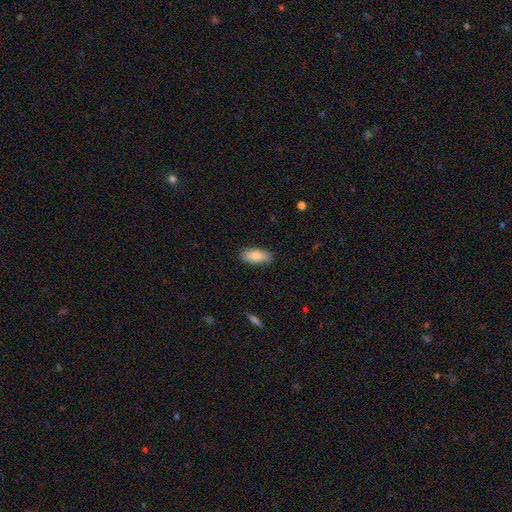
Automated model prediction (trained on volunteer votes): smooth-or-featured: smooth: 85% | featured or disk: 9% | star or artifact: 6%
  how-rounded: in between: 87% | cigar-shaped: 10% | round: 2%
  merging: none: 82% | minor disturbance: 14% | major disturbance: 2% | merger: 1%